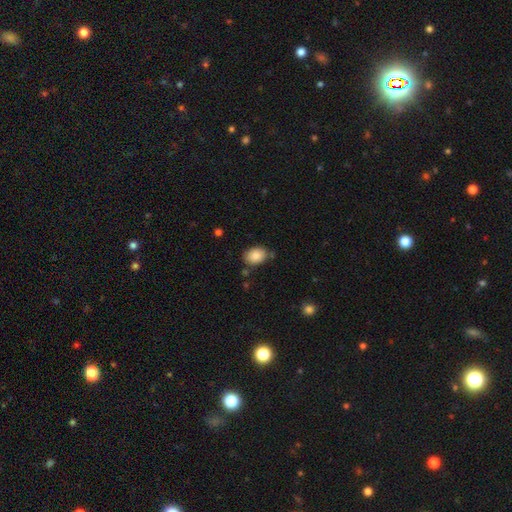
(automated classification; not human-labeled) Overall: smooth (87%). How rounded: in between (74%). Merging: none (75%).